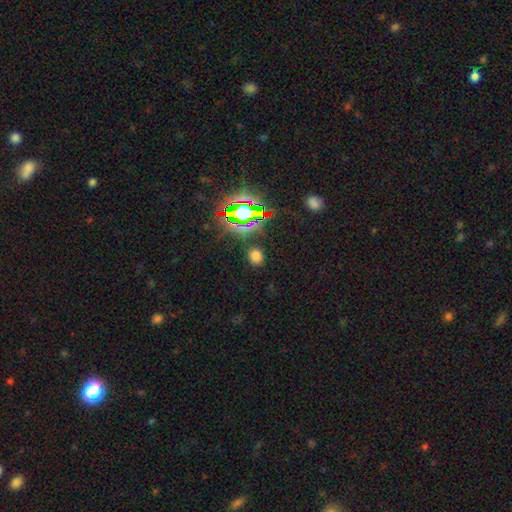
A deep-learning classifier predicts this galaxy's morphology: Smooth or featured: smooth — 65% (star or artifact — 30%)
How rounded: round — 67% (in between — 31%)
Merging: none — 87% (minor disturbance — 8%)